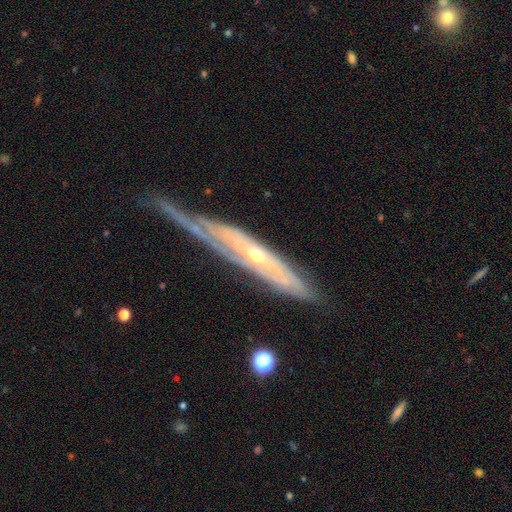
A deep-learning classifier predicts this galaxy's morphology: Smooth or featured?
  - featured or disk: 81% *
  - smooth: 13%
  - star or artifact: 6%
Edge-on disk?
  - yes: 52% *
  - no: 48%
Merging?
  - none: 43% *
  - minor disturbance: 32%
  - major disturbance: 22%
  - merger: 3%